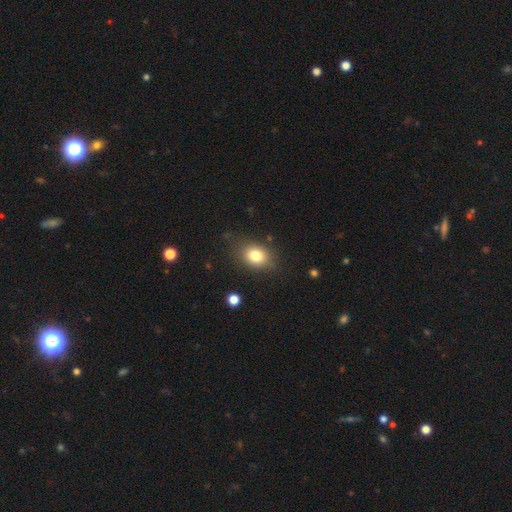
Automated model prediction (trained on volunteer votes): The model was most divided on "how rounded": in between: 64%, round: 34%, cigar-shaped: 1%. More confident: smooth or featured — smooth (80%); merging — none (80%).